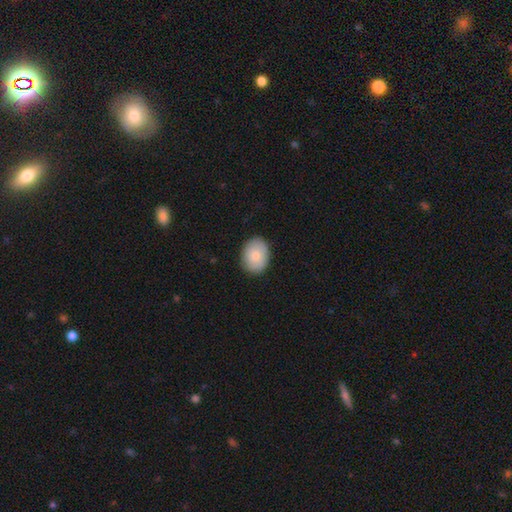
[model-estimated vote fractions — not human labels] This appears to be a smooth galaxy with no disk features (80%) that is in between round and cigar-shaped (62%). Merging: none (87%).